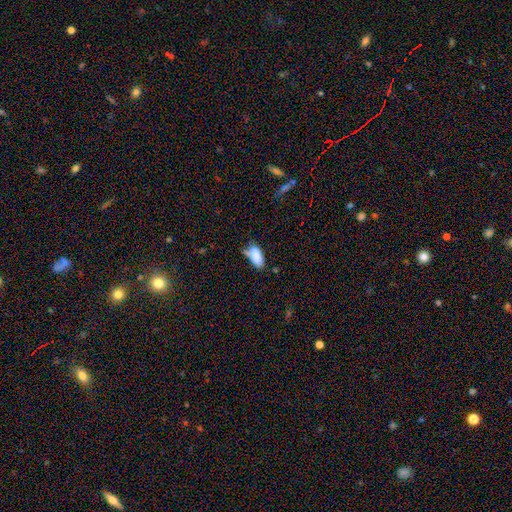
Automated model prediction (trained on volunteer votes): Smooth or featured? smooth (84%)
How rounded? in between (88%)
Merging? none (46%)